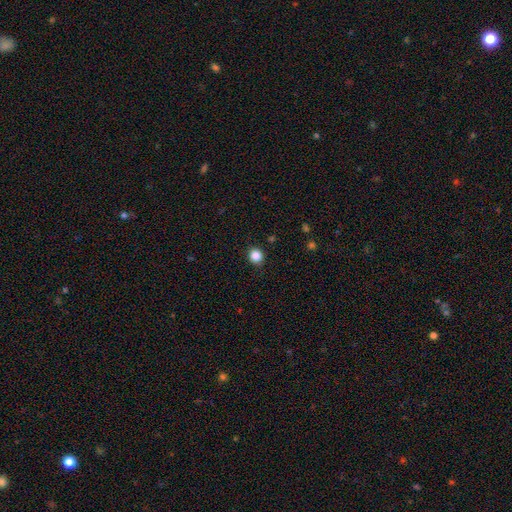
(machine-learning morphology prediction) smooth-or-featured: smooth: 86% | star or artifact: 11% | featured or disk: 3%
  how-rounded: round: 86% | in between: 13% | cigar-shaped: 1%
  merging: none: 91% | minor disturbance: 6% | major disturbance: 2% | merger: 1%